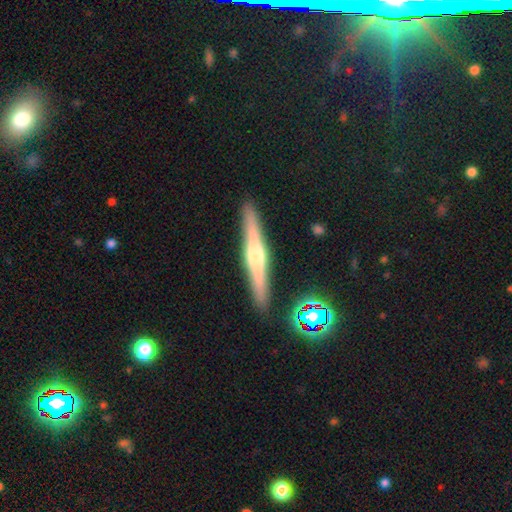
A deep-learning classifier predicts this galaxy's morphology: This appears to be a featured or disk galaxy (66%) viewed edge-on (97%) with a rounded central bulge (83%). Merging: none (91%).